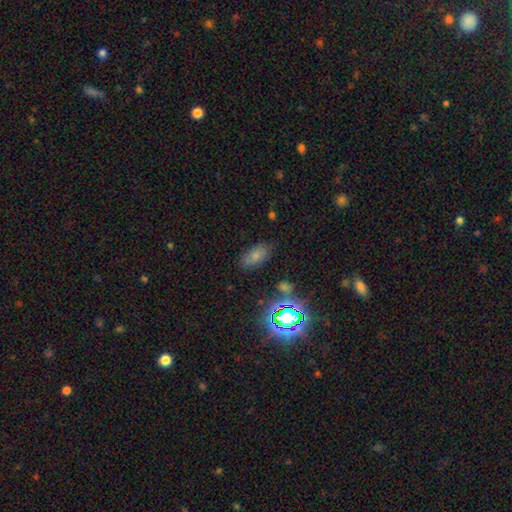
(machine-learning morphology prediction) smooth 69%, star or artifact 19%, featured or disk 13%. Down the decision tree: how rounded — in between (91%); merging — none (78%).